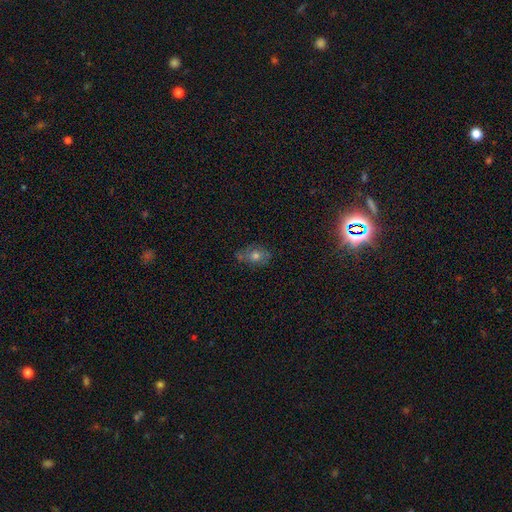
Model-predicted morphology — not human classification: A smooth galaxy with no disk features (49%).

Vote fractions:
- Smooth or featured? smooth: 49% / featured or disk: 32% / star or artifact: 19%
- Merging? none: 65% / minor disturbance: 24% / major disturbance: 8% / merger: 3%